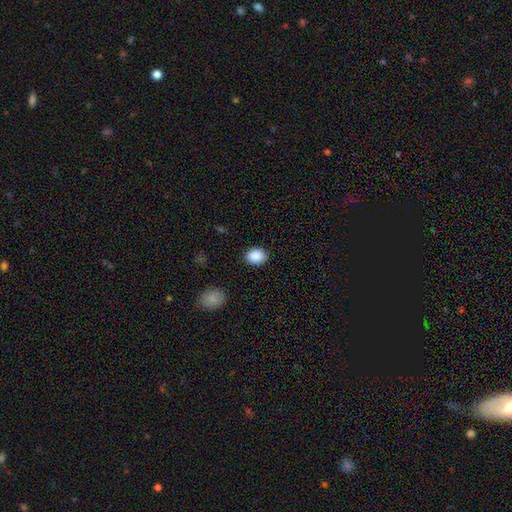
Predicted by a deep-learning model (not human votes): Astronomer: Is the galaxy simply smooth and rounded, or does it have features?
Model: smooth — 89%.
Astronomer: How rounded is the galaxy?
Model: in between — 52% (runner-up: round, 48%).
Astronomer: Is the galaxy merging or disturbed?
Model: none — 88%.